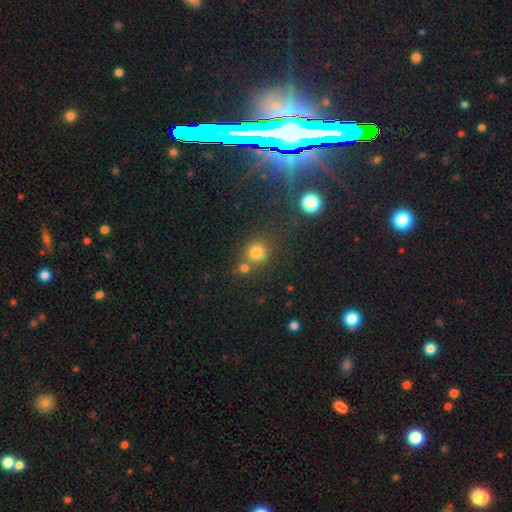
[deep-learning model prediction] Morphology: type=smooth (48%); merging=none (79%).